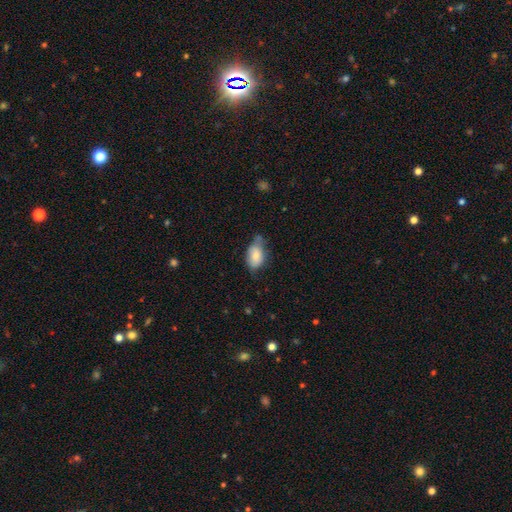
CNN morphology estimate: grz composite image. It shows a smooth galaxy with no disk features (79%) that is in between round and cigar-shaped (91%). Merging: none (46%).